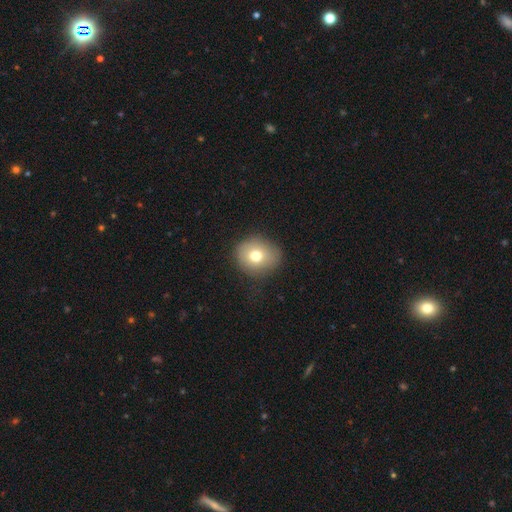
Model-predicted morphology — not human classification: This is likely a smooth galaxy (73%). How rounded: likely round (77%). Merging: likely none (77%).